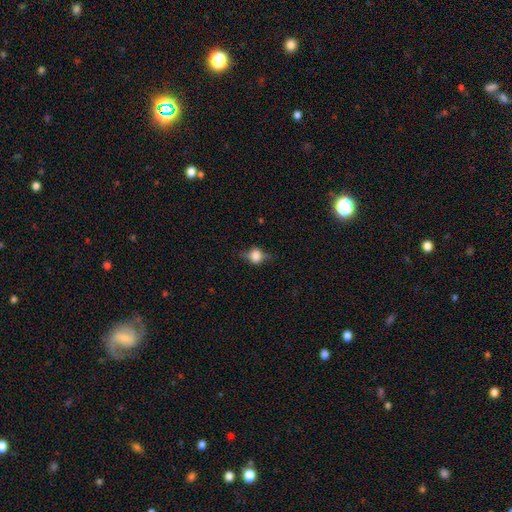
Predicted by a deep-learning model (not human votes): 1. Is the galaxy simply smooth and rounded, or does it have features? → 60% smooth, 29% featured or disk, 11% star or artifact.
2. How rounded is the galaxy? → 65% round, 32% in between, 3% cigar-shaped.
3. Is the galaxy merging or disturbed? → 66% none, 24% minor disturbance, 9% major disturbance, 1% merger.